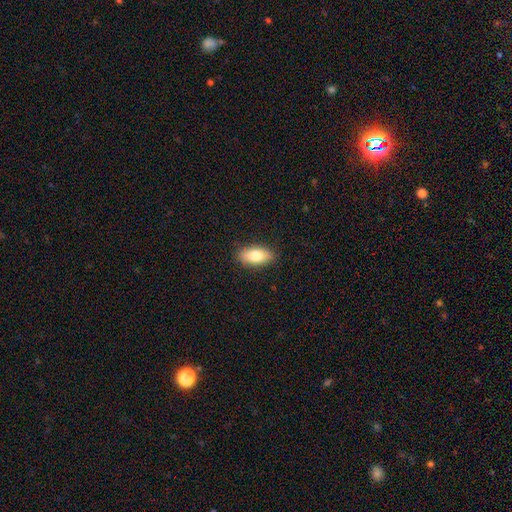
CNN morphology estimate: Smooth or featured: smooth — 78% (featured or disk — 15%)
How rounded: in between — 87% (cigar-shaped — 10%)
Merging: none — 88% (minor disturbance — 9%)